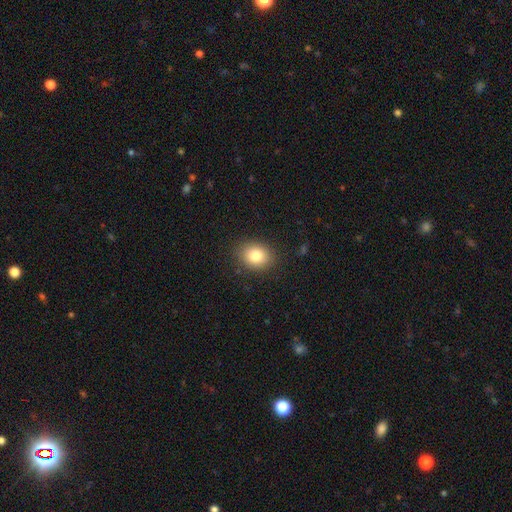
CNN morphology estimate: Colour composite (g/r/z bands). It shows a smooth galaxy with no disk features (83%) that is in between round and cigar-shaped (52%). Merging: none (86%).